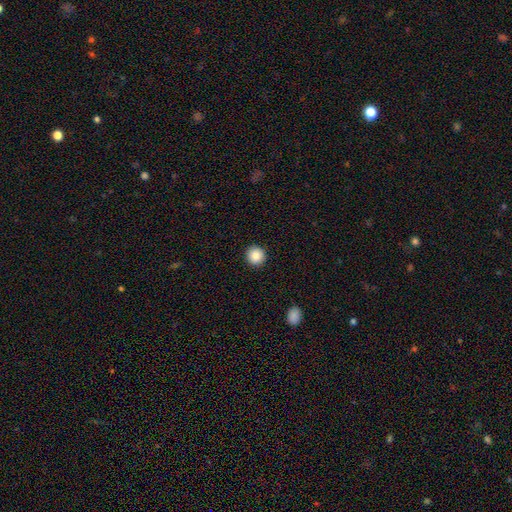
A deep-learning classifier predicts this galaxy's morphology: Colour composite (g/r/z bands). It shows a smooth galaxy with no disk features (87%) that is round (94%). Merging: none (93%).